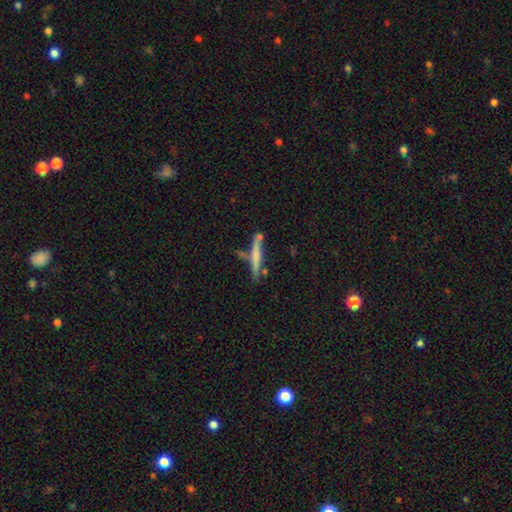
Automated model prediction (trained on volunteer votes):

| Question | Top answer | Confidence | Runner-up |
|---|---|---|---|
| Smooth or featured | smooth | 56% | featured or disk (37%) |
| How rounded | cigar-shaped | 92% | in between (6%) |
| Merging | none | 62% | minor disturbance (17%) |